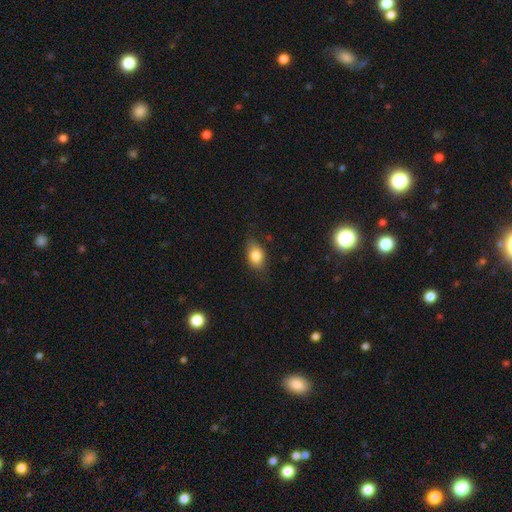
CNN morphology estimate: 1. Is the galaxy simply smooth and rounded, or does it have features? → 81% smooth, 10% featured or disk, 8% star or artifact.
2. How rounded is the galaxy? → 81% in between, 17% round, 3% cigar-shaped.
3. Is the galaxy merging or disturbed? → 76% none, 19% minor disturbance, 4% major disturbance, 1% merger.